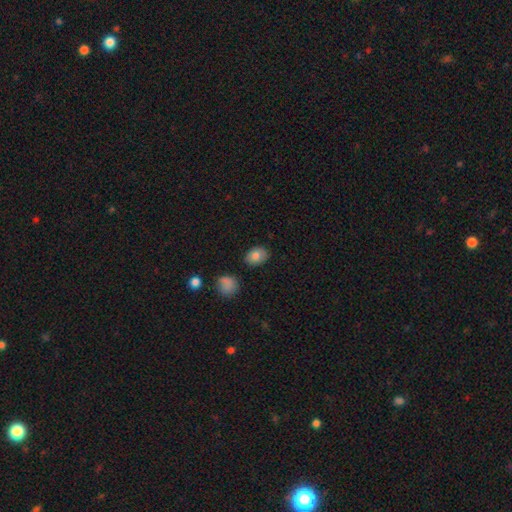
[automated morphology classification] Overall: smooth (81%). How rounded: in between (77%). Merging: none (82%).